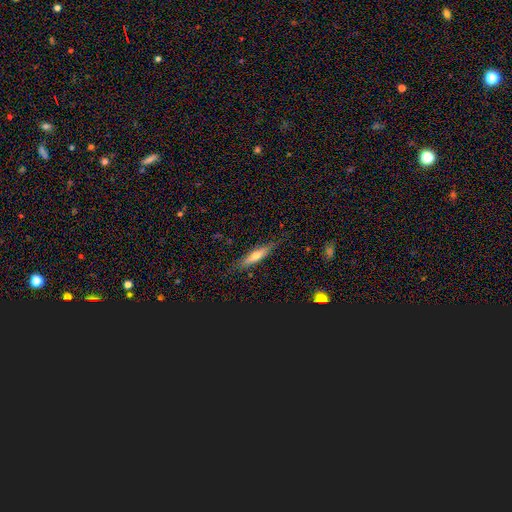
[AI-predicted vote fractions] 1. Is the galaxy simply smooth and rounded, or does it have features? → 47% featured or disk, 45% smooth, 7% star or artifact.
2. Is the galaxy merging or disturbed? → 82% none, 13% minor disturbance, 3% major disturbance, 1% merger.